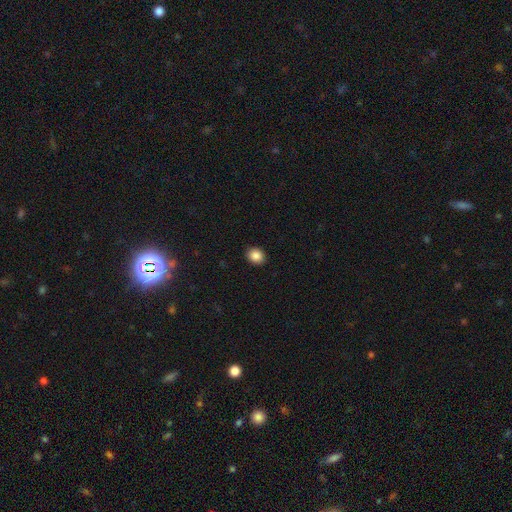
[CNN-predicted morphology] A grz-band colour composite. It shows a smooth galaxy with no disk features (87%) that is round (59%). Merging: none (91%).